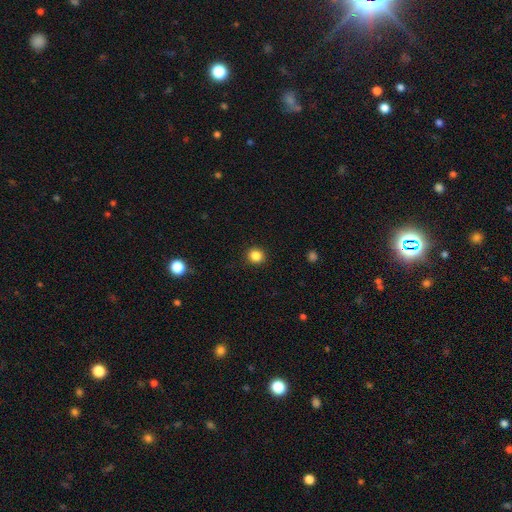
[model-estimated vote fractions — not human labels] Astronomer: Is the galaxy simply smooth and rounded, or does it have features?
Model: smooth — 85%.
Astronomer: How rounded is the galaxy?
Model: round — 90%.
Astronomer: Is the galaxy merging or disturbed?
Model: none — 92%.